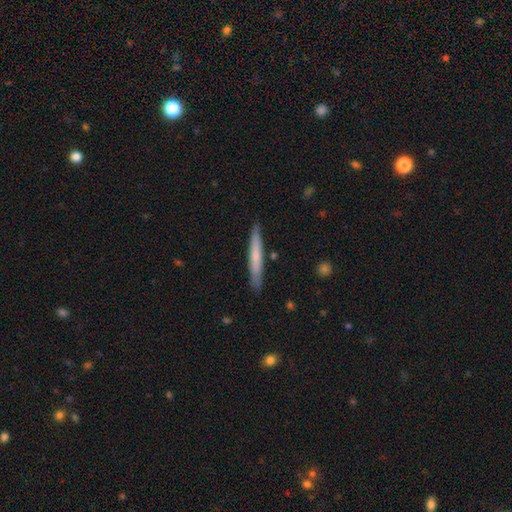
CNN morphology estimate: This is likely a smooth galaxy (63%). How rounded: clearly cigar-shaped (96%). Merging: clearly none (88%).